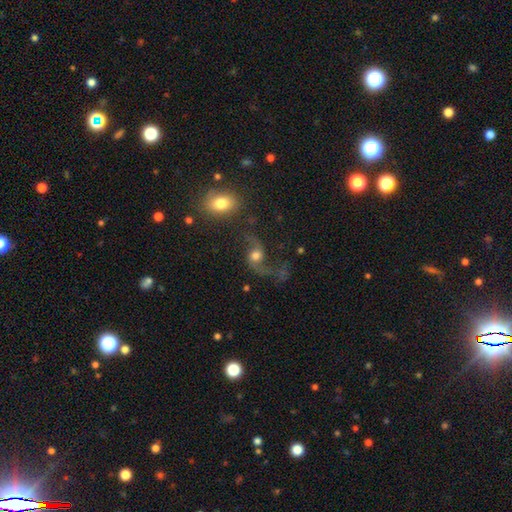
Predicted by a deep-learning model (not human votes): A featured or disk galaxy (74%) with no bar (61%), 2 (90%) loose (88%) spiral arms (92%) and a moderate central bulge (53%).

Vote fractions:
- Smooth or featured? featured or disk: 74% / smooth: 16% / star or artifact: 10%
- Edge-on disk? no: 96% / yes: 4%
- Bar? no: 61% / weak: 31% / strong: 9%
- Spiral arms? yes: 92% / no: 8%
- Spiral winding? loose: 88% / medium: 10% / tight: 2%
- Spiral arm count? 2: 90% / 1: 6% / can't tell: 2% / 3: 1% / 4: 1% / more than 4: 1%
- Bulge size? moderate: 53% / large: 27% / small: 13% / dominant: 4% / none: 3%
- Merging? none: 56% / major disturbance: 21% / minor disturbance: 16% / merger: 8%